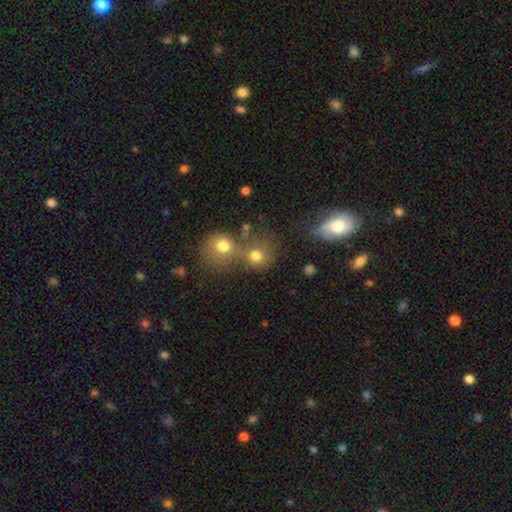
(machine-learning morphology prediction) This is likely a smooth galaxy (75%). How rounded: clearly round (83%). Merging: possibly merger (50%).